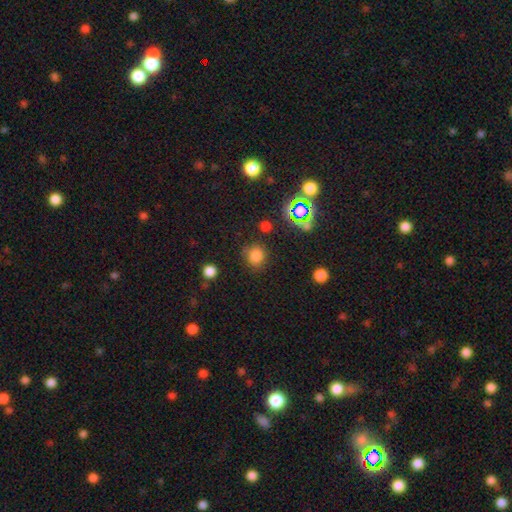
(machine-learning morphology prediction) Smooth or featured? Predicted: smooth (p=0.77). How rounded? Predicted: round (p=0.85). Merging? Predicted: none (p=0.80).